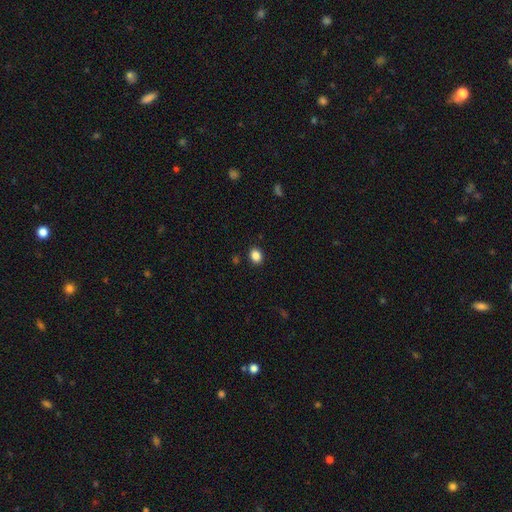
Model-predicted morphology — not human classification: A smooth galaxy with no disk features (86%) that is round (50%).

Vote fractions:
- Smooth or featured? smooth: 86% / star or artifact: 10% / featured or disk: 4%
- How rounded? round: 50% / in between: 49% / cigar-shaped: 1%
- Merging? none: 89% / minor disturbance: 7% / major disturbance: 2% / merger: 1%